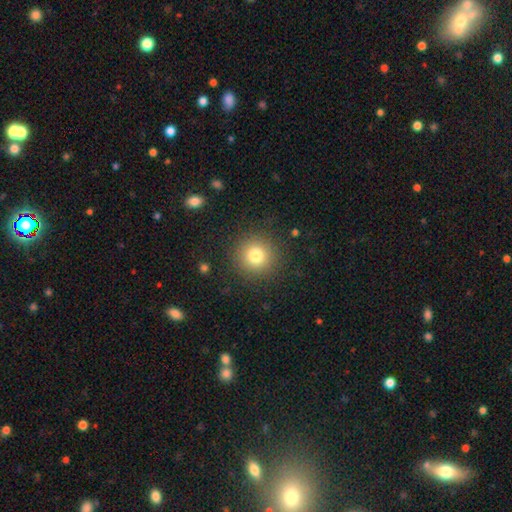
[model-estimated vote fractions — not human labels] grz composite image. It shows a smooth galaxy with no disk features (79%) that is round (94%). Merging: none (89%).